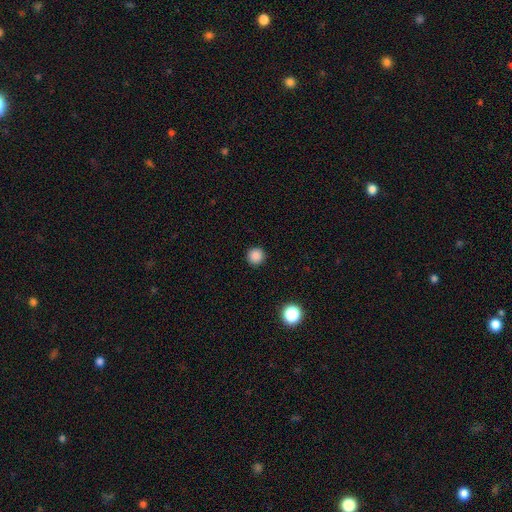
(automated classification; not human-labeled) The model was most divided on "smooth or featured": smooth: 86%, star or artifact: 11%, featured or disk: 3%. More confident: how rounded — round (96%); merging — none (93%).